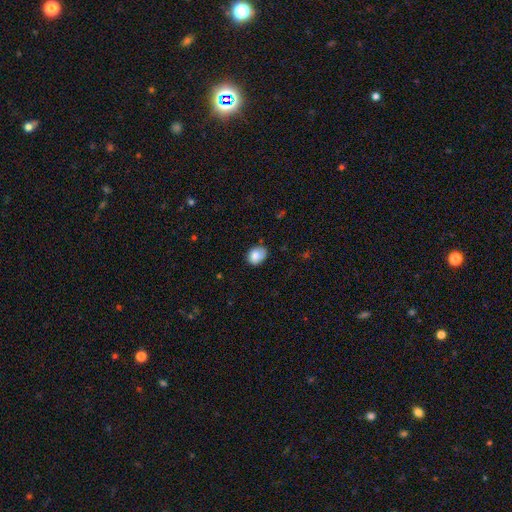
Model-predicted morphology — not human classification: Smooth or featured?
  - smooth: 81% *
  - featured or disk: 11%
  - star or artifact: 8%
How rounded?
  - in between: 52% *
  - round: 47%
  - cigar-shaped: 1%
Merging?
  - none: 67% *
  - minor disturbance: 25%
  - major disturbance: 5%
  - merger: 2%